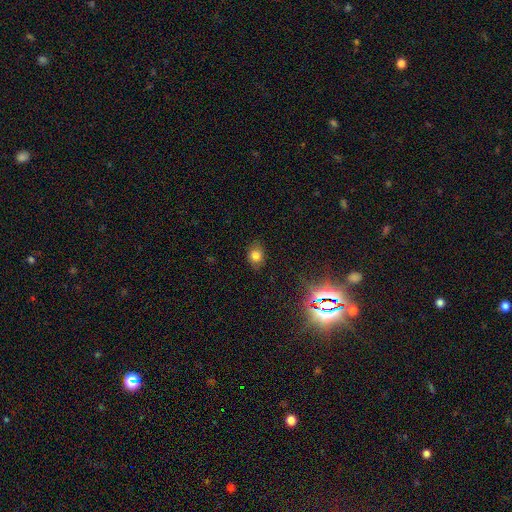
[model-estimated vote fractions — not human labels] This is likely a smooth galaxy (76%). How rounded: possibly in between (50%). Merging: clearly none (82%).